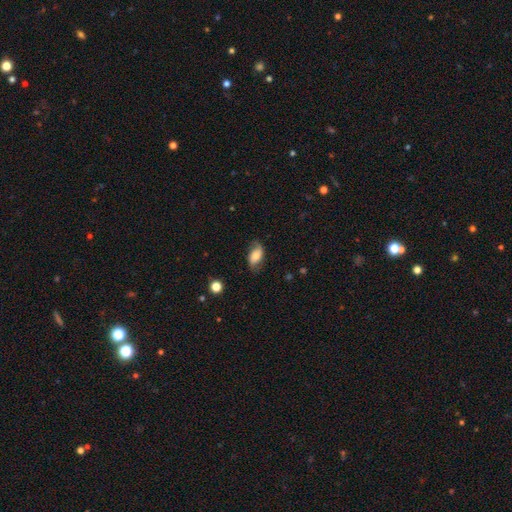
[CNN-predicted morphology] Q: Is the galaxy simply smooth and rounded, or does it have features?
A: smooth — 58%.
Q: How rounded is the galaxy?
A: in between — 91%.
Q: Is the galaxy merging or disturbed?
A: none — 69%.